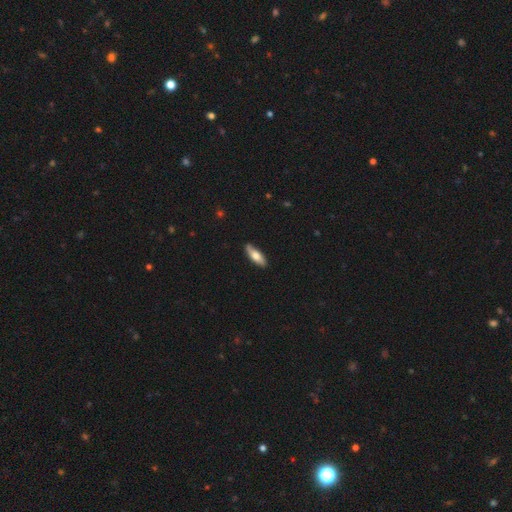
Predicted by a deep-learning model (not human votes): smooth-or-featured: smooth: 67% | featured or disk: 27% | star or artifact: 5%
  how-rounded: in between: 55% | cigar-shaped: 43% | round: 2%
  merging: none: 84% | minor disturbance: 13% | major disturbance: 2% | merger: 1%